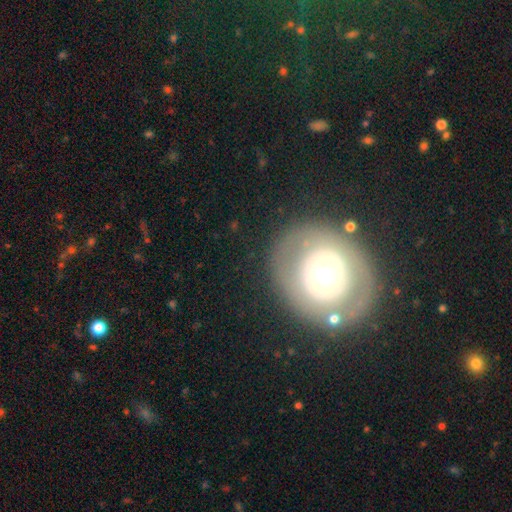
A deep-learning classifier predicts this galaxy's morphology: smooth-or-featured: featured or disk: 66% | smooth: 26% | star or artifact: 8%
  disk-edge-on: no: 96% | yes: 4%
    bar: no: 70% | weak: 20% | strong: 10%
    has-spiral-arms: no: 56% | yes: 44%
    bulge-size: moderate: 52% | large: 28% | small: 14% | dominant: 4% | none: 2%
  merging: none: 77% | minor disturbance: 13% | major disturbance: 8% | merger: 2%